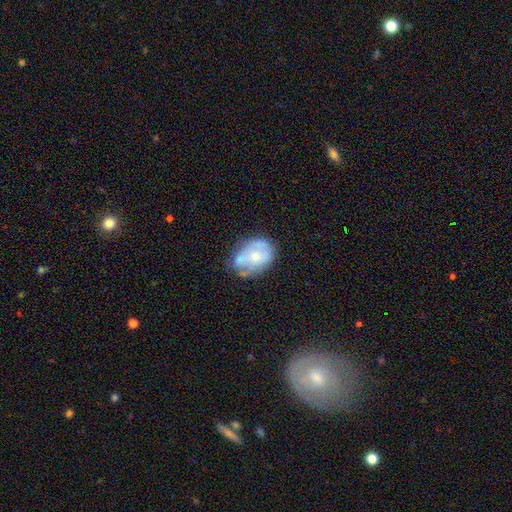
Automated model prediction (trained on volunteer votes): A featured or disk galaxy (47%). Merging: none (44%).